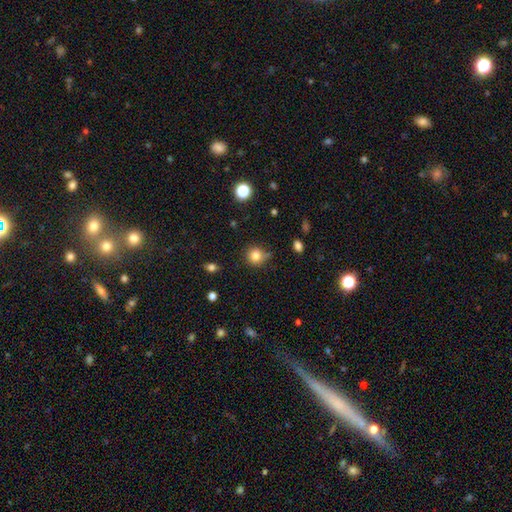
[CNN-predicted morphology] A smooth galaxy with no disk features (81%) that is round (90%). Merging: none (74%).